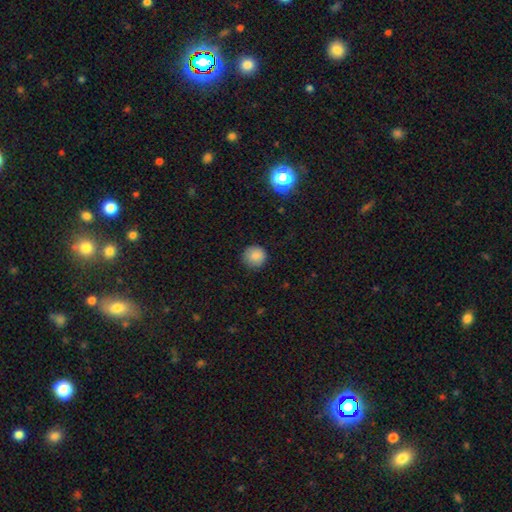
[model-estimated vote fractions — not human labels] Morphology: type=smooth (85%); roundness=round (94%); merging=none (86%).